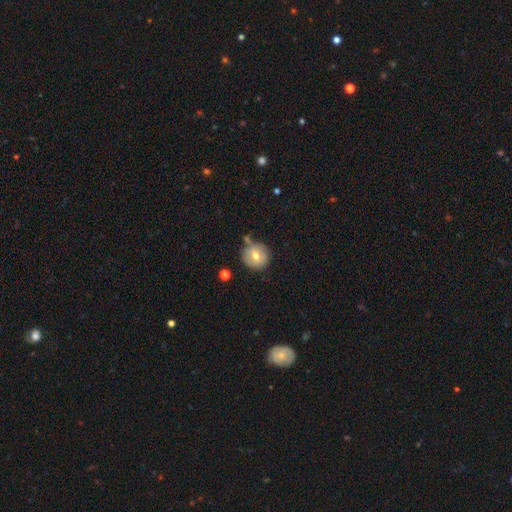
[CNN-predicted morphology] A smooth galaxy with no disk features (67%) that is round (90%). Merging: none (70%).